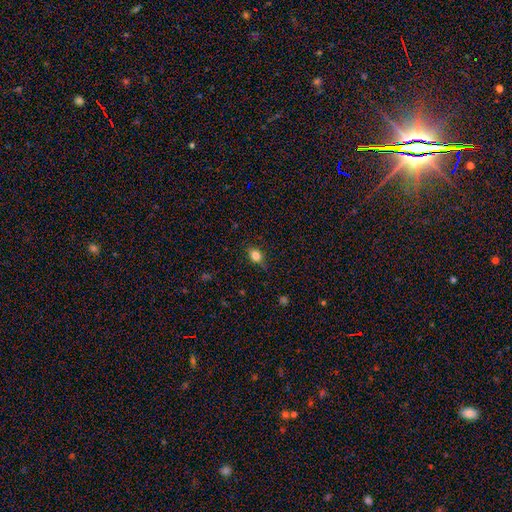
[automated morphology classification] A smooth galaxy with no disk features (81%) that is in between round and cigar-shaped (63%). Merging: none (81%).